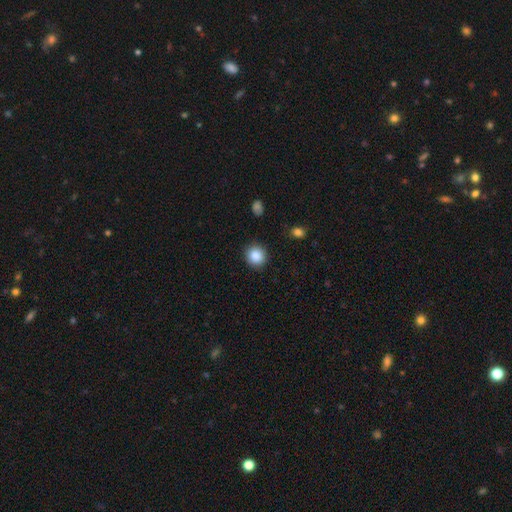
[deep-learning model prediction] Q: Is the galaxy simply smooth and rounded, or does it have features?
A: smooth — 87%.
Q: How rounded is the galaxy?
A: round — 89%.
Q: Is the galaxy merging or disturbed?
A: none — 90%.